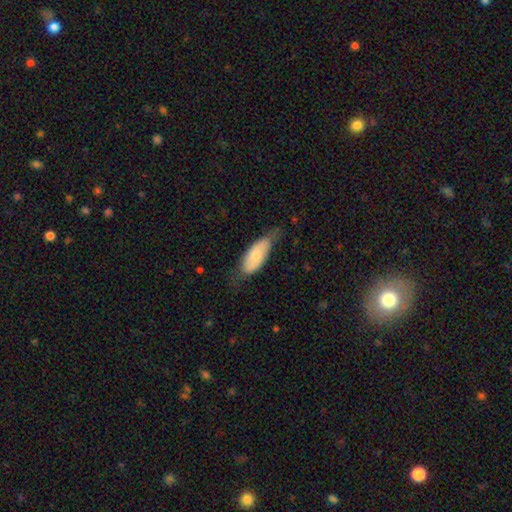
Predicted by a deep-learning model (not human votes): Smooth or featured? smooth (66%)
How rounded? in between (83%)
Merging? none (53%)